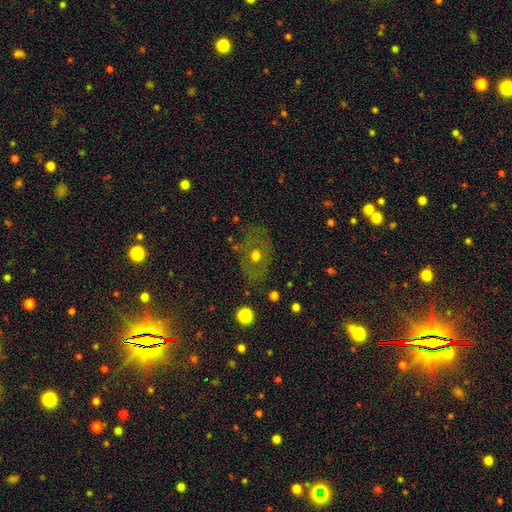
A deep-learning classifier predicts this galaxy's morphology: Smooth or featured: smooth — 49% (featured or disk — 38%)
Merging: none — 69% (minor disturbance — 17%)